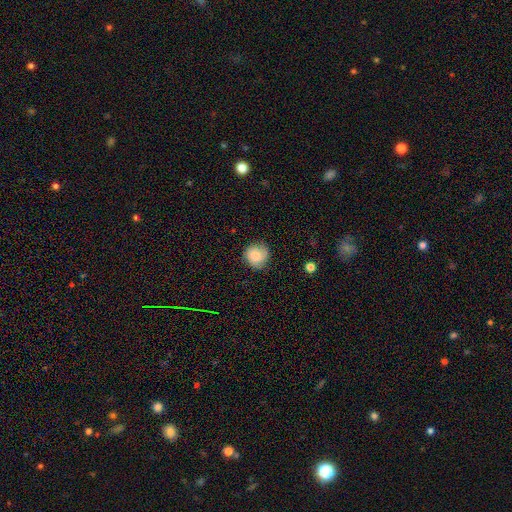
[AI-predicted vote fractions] Overall: smooth (75%). How rounded: round (90%). Merging: none (75%).